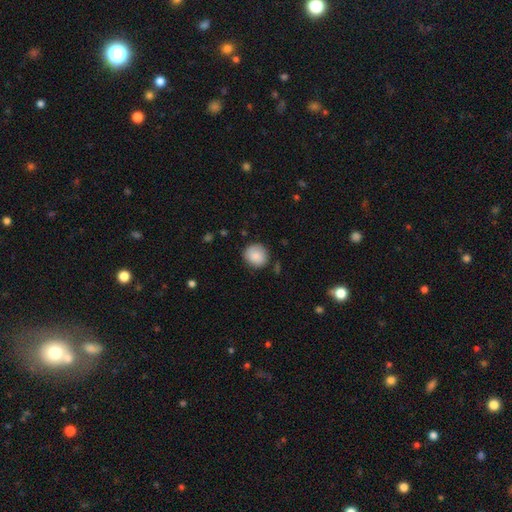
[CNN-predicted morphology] Smooth or featured? Predicted: smooth (p=0.88). How rounded? Predicted: round (p=0.88). Merging? Predicted: none (p=0.82).